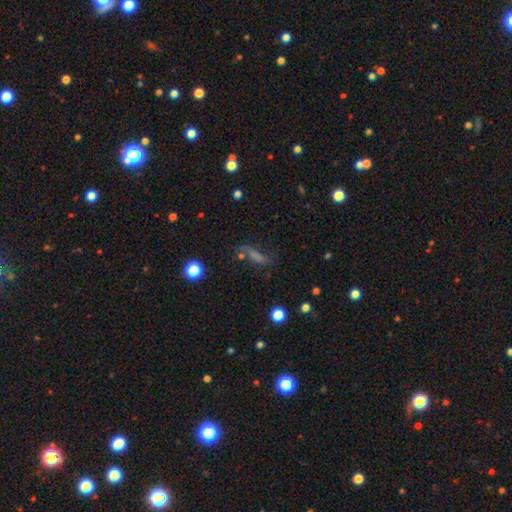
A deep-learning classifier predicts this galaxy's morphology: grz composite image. It shows a smooth galaxy with no disk features (51%) that is cigar-shaped (55%). Merging: none (58%).